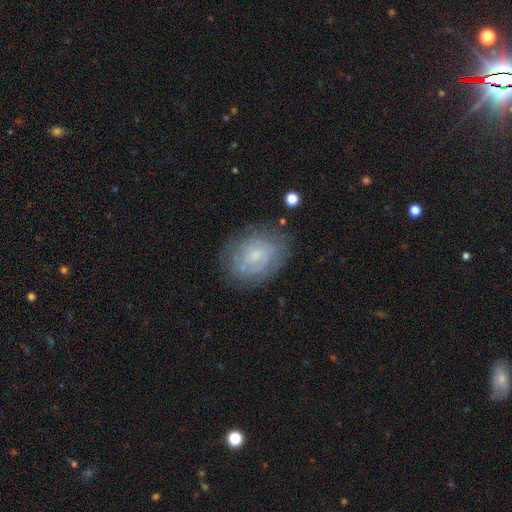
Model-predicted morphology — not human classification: The model was most divided on "bar": no: 55%, weak: 39%, strong: 6%. Remaining: edge-on disk — no (97%); spiral arms — yes (85%); merging — none (74%); smooth or featured — featured or disk (67%); bulge size — small (65%); spiral winding — tight (63%); spiral arm count — can't tell (47%).